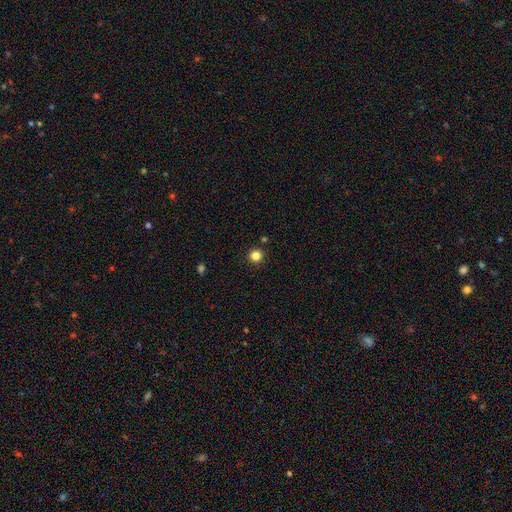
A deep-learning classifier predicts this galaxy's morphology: The model was most divided on "smooth or featured": smooth: 83%, star or artifact: 13%, featured or disk: 4%. More confident: how rounded — round (96%); merging — none (92%).